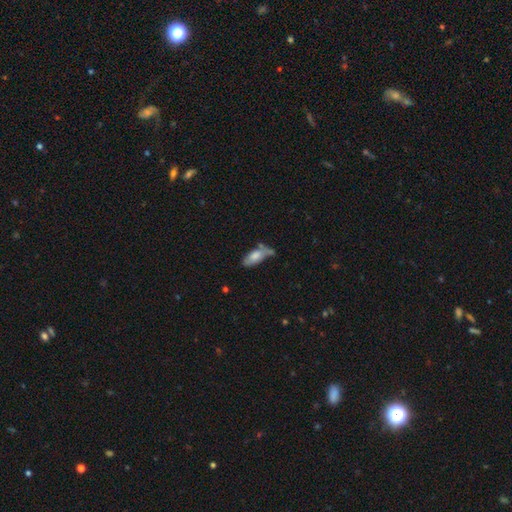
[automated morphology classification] A smooth galaxy with no disk features (69%) that is in between round and cigar-shaped (79%). Merging: none (36%).